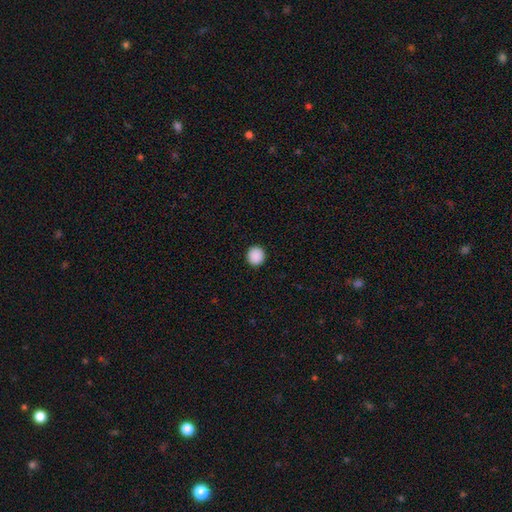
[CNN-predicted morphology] Smooth or featured? smooth (90%)
How rounded? round (90%)
Merging? none (93%)